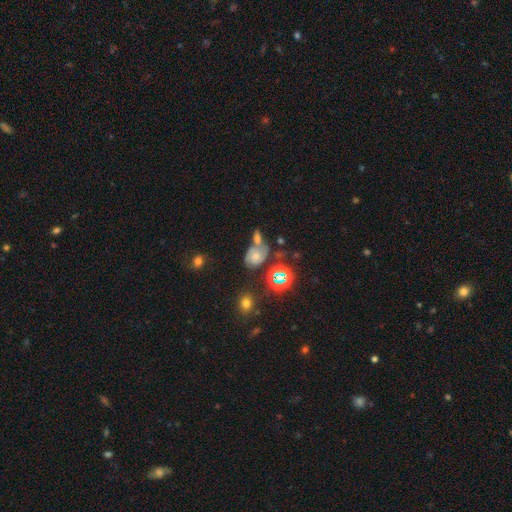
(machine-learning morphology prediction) Q: Smooth or featured?
A: featured or disk (39%); runner-up: smooth (37%)
Q: Merging?
A: none (36%); tied with: merger (36%)